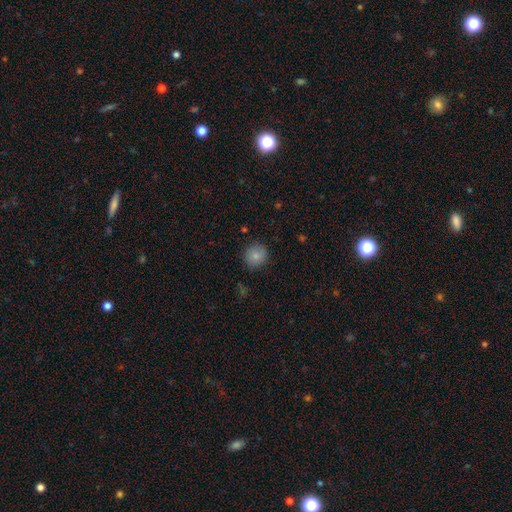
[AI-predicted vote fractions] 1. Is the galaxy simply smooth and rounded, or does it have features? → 84% smooth, 9% star or artifact, 7% featured or disk.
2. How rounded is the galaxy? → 89% round, 10% in between, 1% cigar-shaped.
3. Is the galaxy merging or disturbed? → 87% none, 10% minor disturbance, 2% major disturbance, 1% merger.